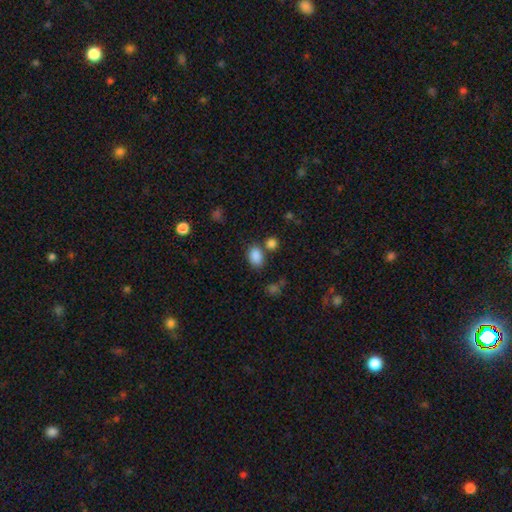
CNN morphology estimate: Smooth or featured? smooth (86%)
How rounded? in between (80%)
Merging? none (67%)